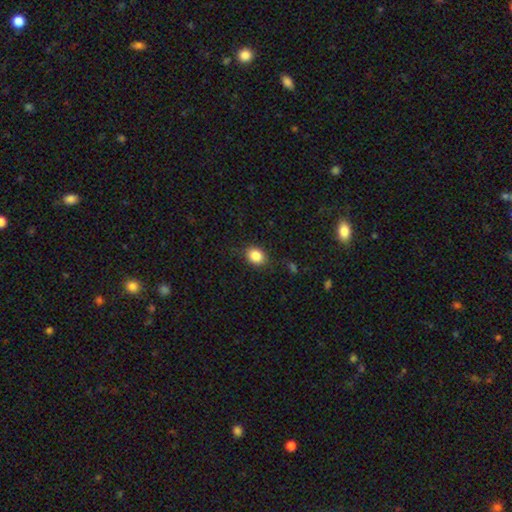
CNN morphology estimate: This appears to be a smooth galaxy with no disk features (86%) that is in between round and cigar-shaped (50%). Merging: none (84%).